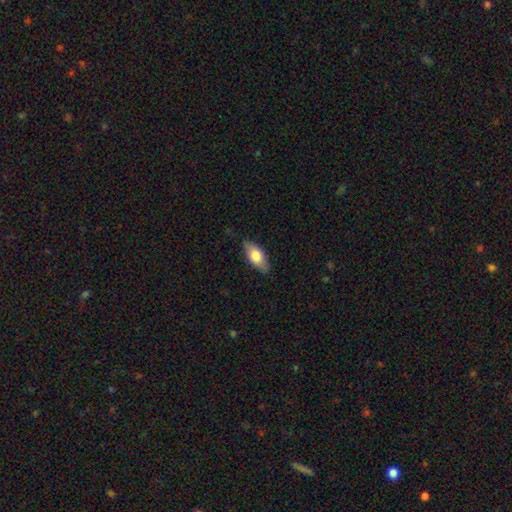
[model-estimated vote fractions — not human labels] Q: Smooth or featured?
A: smooth (71%); runner-up: featured or disk (23%)
Q: How rounded?
A: in between (83%); runner-up: cigar-shaped (14%)
Q: Merging?
A: none (83%); runner-up: minor disturbance (13%)